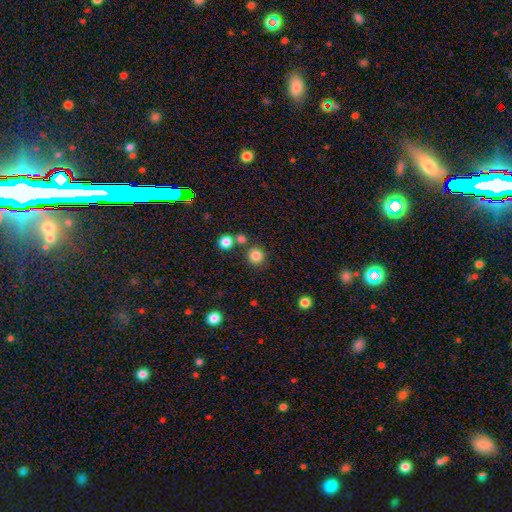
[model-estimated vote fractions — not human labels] Overall: smooth (83%). How rounded: round (93%). Merging: none (81%).